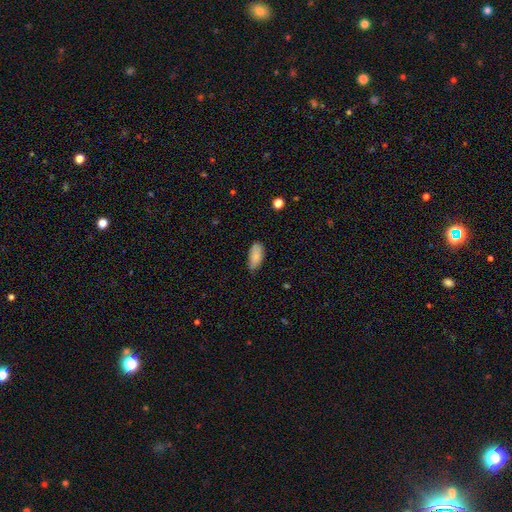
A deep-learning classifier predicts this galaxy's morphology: Smooth or featured? Predicted: smooth (p=0.85). How rounded? Predicted: in between (p=0.87). Merging? Predicted: none (p=0.62).